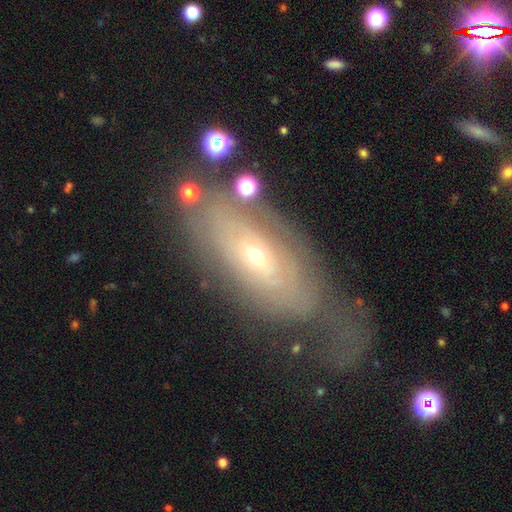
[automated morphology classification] This appears to be a featured or disk galaxy (68%) with no bar (77%), spiral arms (56%) and a small central bulge (59%). Merging: none (61%).